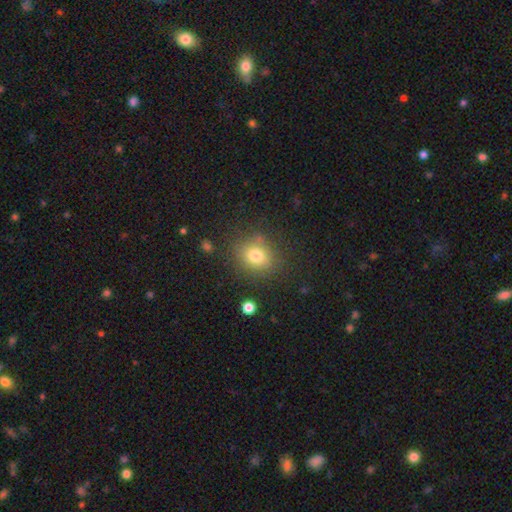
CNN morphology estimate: Overall: smooth (77%). How rounded: round (65%; in between 34%). Merging: none (79%).